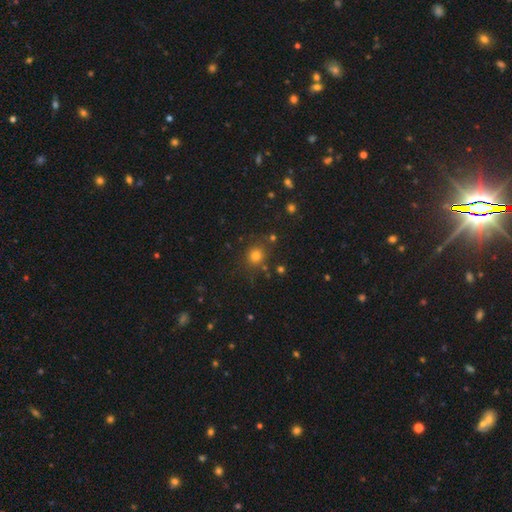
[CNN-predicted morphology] smooth_or_featured: smooth (p=0.75) [alt: star or artifact p=0.18]
how_rounded: round (p=0.83) [alt: in between p=0.16]
merging: none (p=0.78) [alt: minor disturbance p=0.11]